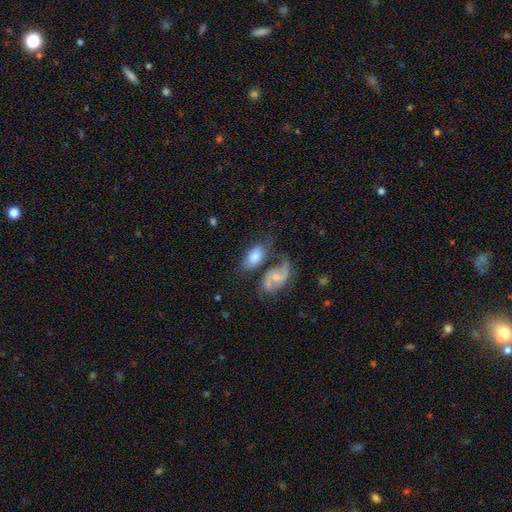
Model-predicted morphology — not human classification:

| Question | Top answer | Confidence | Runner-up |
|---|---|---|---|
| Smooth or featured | smooth | 65% | featured or disk (28%) |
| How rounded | in between | 91% | round (6%) |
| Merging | merger | 38% | none (35%) |